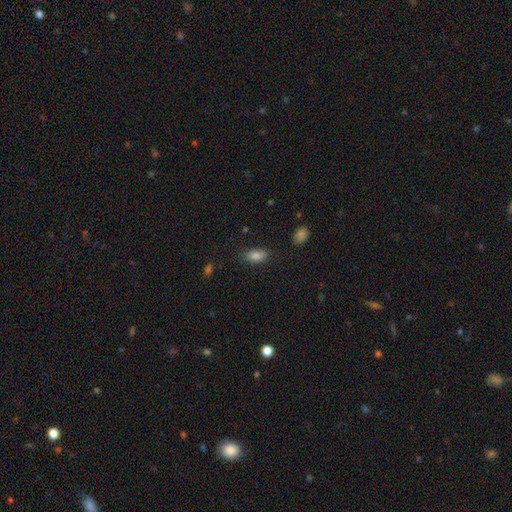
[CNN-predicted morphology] smooth 84%, star or artifact 10%, featured or disk 6%. Down the decision tree: how rounded — in between (89%); merging — none (81%).